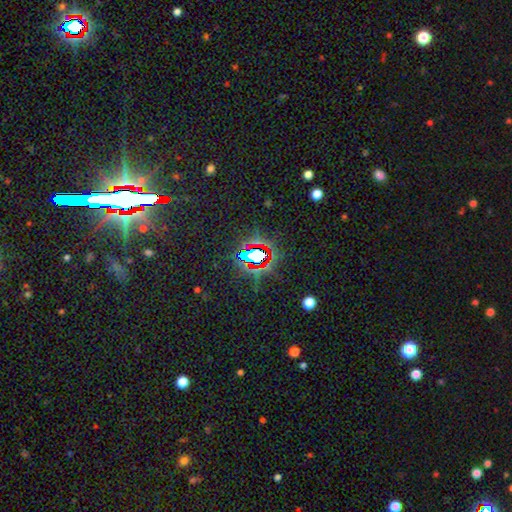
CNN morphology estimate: star or artifact 77%, smooth 12%, featured or disk 11%.